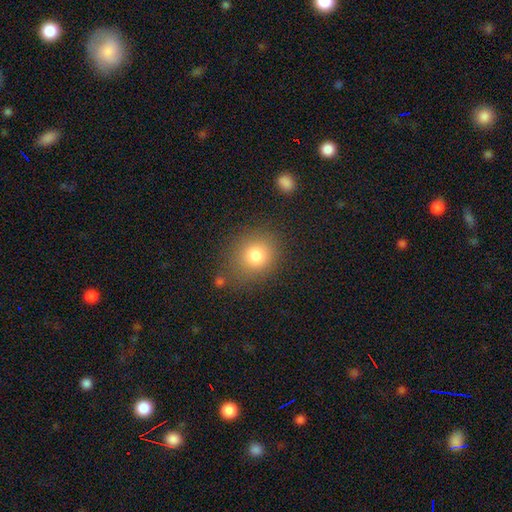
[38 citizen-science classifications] Smooth or featured: smooth — 84% (featured or disk — 8%)
How rounded: round — 78% (in between — 22%)
Merging: none — 66% (minor disturbance — 26%)